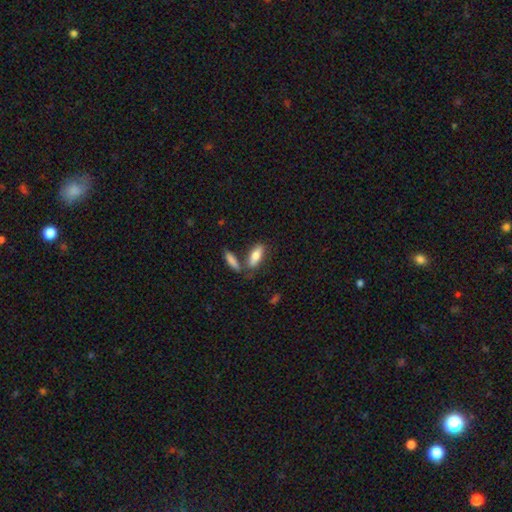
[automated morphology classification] The model was most divided on "how rounded": in between: 62%, cigar-shaped: 36%, round: 2%. More confident: smooth or featured — smooth (75%); merging — none (61%).